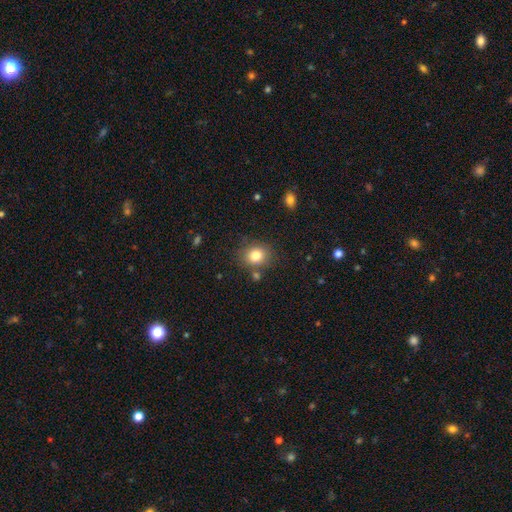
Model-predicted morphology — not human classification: smooth 81%, star or artifact 11%, featured or disk 8%. Down the decision tree: how rounded — round (70%); merging — none (78%).